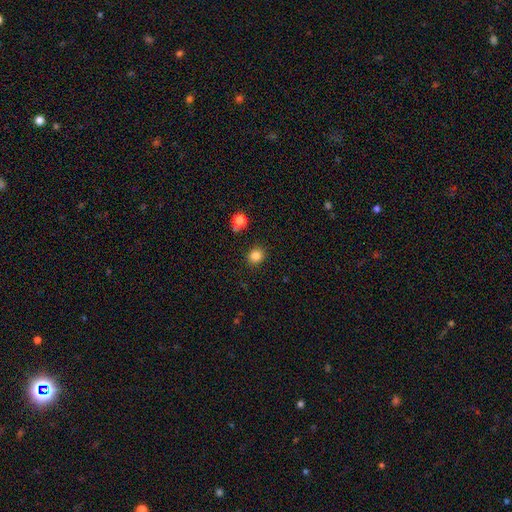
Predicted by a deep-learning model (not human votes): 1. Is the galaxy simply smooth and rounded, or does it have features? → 84% smooth, 12% star or artifact, 4% featured or disk.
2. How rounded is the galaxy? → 83% round, 16% in between, 1% cigar-shaped.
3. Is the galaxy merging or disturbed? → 89% none, 7% minor disturbance, 2% major disturbance, 2% merger.